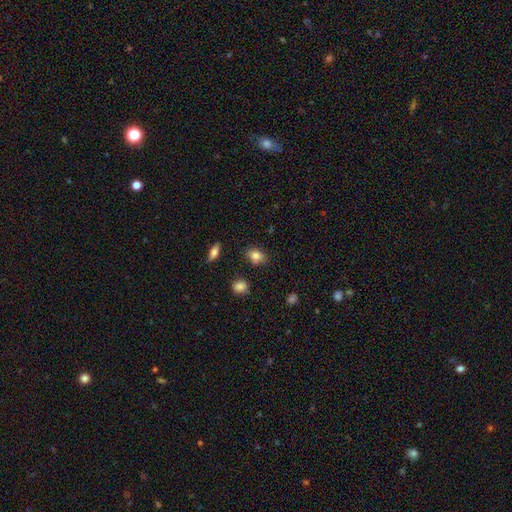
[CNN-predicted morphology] Smooth or featured?
  - smooth: 83% *
  - star or artifact: 10%
  - featured or disk: 8%
How rounded?
  - in between: 66% *
  - round: 32%
  - cigar-shaped: 2%
Merging?
  - none: 81% *
  - minor disturbance: 13%
  - merger: 3%
  - major disturbance: 3%